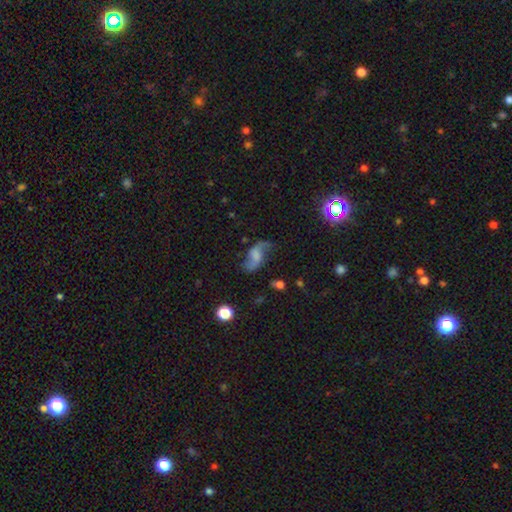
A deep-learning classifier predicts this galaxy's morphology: Smooth or featured? featured or disk (69%)
Edge-on disk? no (96%)
Bar? no (46%)
Spiral arms? yes (91%)
Spiral winding? loose (85%)
Spiral arm count? 2 (91%)
Bulge size? none (48%)
Merging? none (61%)